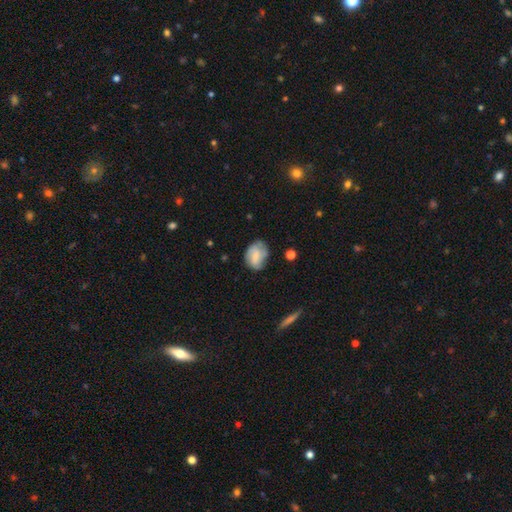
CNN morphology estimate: Smooth or featured: smooth — 55% (featured or disk — 37%)
How rounded: in between — 62% (round — 37%)
Merging: none — 61% (minor disturbance — 28%)